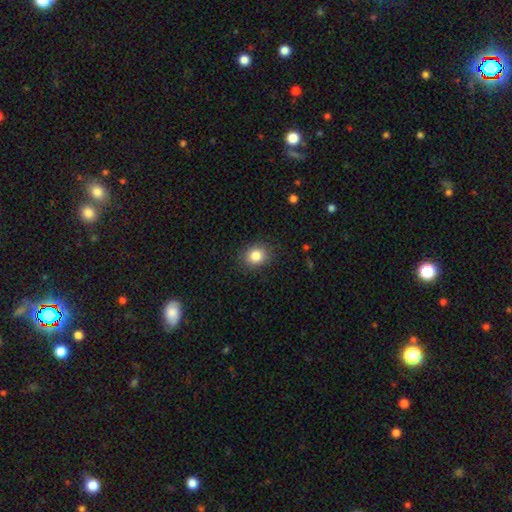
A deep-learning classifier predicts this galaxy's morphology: smooth_or_featured: smooth (p=0.84) [alt: star or artifact p=0.10]
how_rounded: round (p=0.68) [alt: in between p=0.31]
merging: none (p=0.87) [alt: minor disturbance p=0.09]